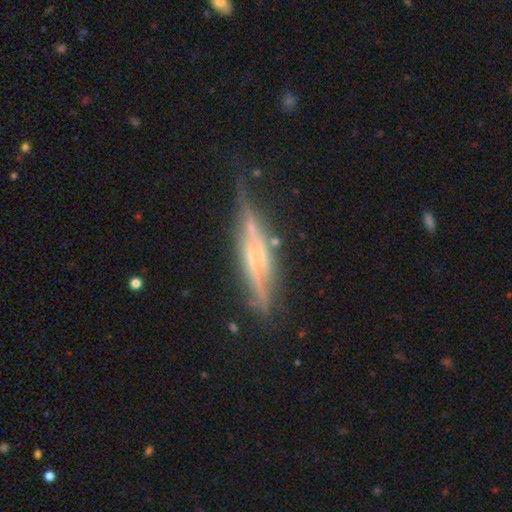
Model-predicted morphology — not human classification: A featured or disk galaxy (79%) viewed edge-on (95%) with a rounded central bulge (38%).

Vote fractions:
- Smooth or featured? featured or disk: 79% / smooth: 13% / star or artifact: 7%
- Edge-on disk? yes: 95% / no: 5%
- Edge-on bulge? rounded: 38% / none: 35% / boxy: 26%
- Merging? none: 74% / minor disturbance: 18% / major disturbance: 5% / merger: 3%